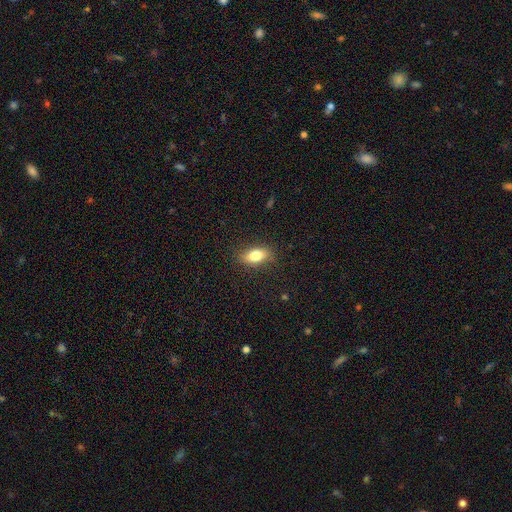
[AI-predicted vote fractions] Smooth or featured?
  - smooth: 79% *
  - featured or disk: 13%
  - star or artifact: 8%
How rounded?
  - in between: 83% *
  - cigar-shaped: 10%
  - round: 7%
Merging?
  - none: 85% *
  - minor disturbance: 11%
  - major disturbance: 3%
  - merger: 1%